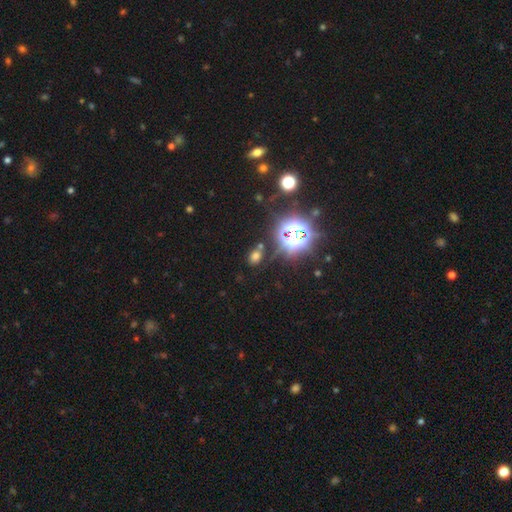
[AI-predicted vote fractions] Q: Smooth or featured?
A: smooth (52%); runner-up: star or artifact (39%)
Q: How rounded?
A: in between (75%); runner-up: round (23%)
Q: Merging?
A: none (73%); runner-up: minor disturbance (13%)